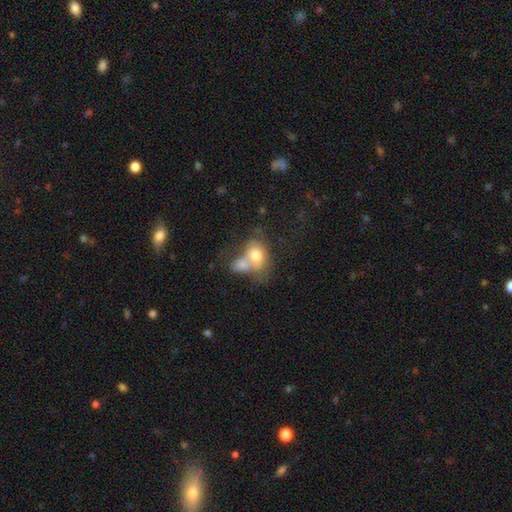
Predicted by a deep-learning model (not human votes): Smooth or featured? Predicted: smooth (p=0.70). How rounded? Predicted: in between (p=0.70). Merging? Predicted: merger (p=0.64).